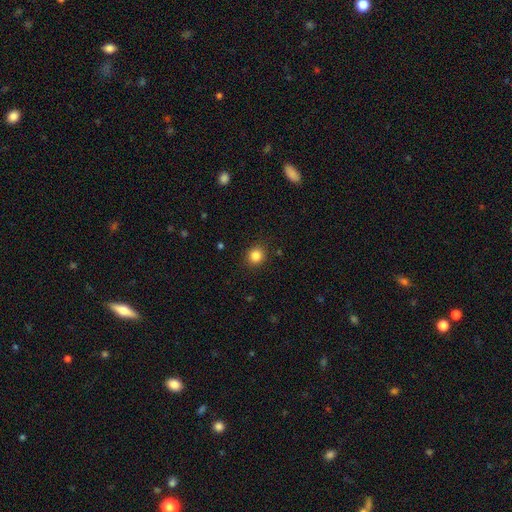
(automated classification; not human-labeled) Smooth or featured: smooth — 84% (star or artifact — 12%)
How rounded: round — 85% (in between — 14%)
Merging: none — 89% (minor disturbance — 8%)